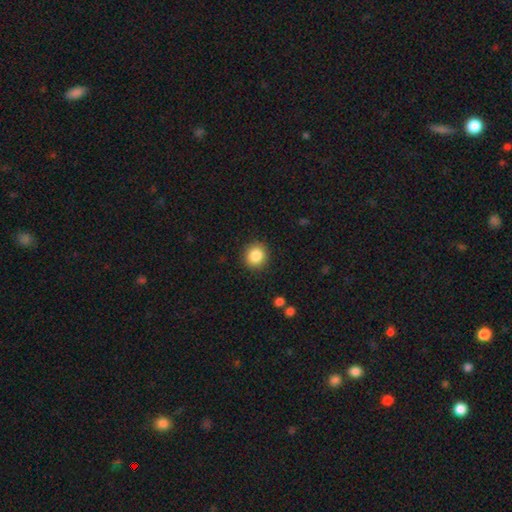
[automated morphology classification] This appears to be a smooth galaxy with no disk features (86%) that is round (91%). Merging: none (91%).